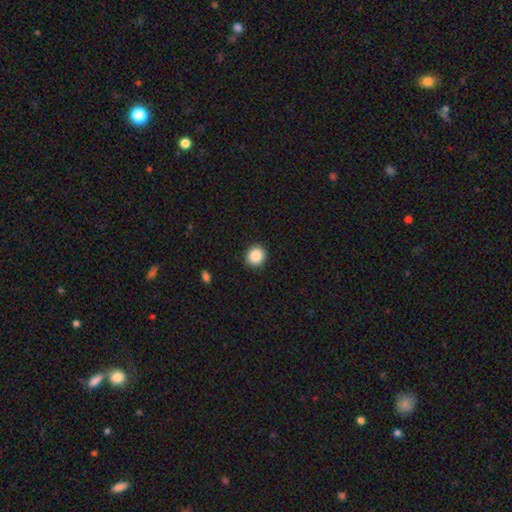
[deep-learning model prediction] Smooth or featured? smooth (88%)
How rounded? round (88%)
Merging? none (91%)